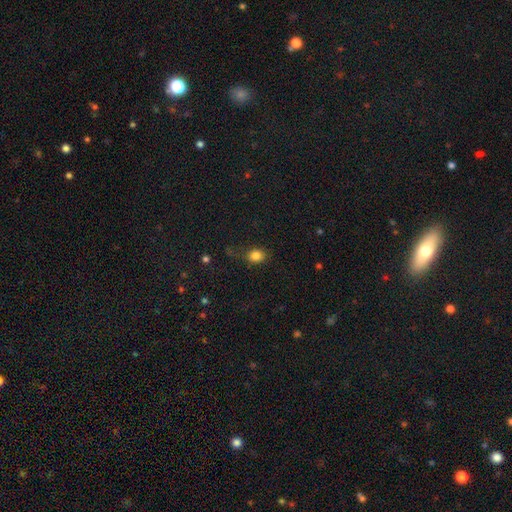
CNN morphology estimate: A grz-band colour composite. It shows a smooth galaxy with no disk features (83%) that is round (58%). Merging: none (75%).